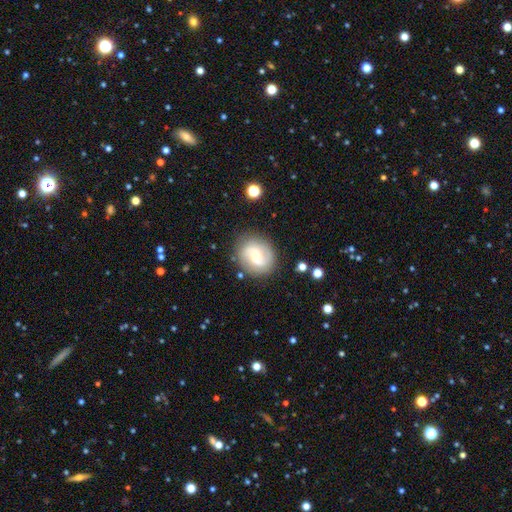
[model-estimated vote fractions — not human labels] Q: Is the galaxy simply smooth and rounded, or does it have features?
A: featured or disk — 73%.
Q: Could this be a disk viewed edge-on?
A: no — 97%.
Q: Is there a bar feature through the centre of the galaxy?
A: weak — 47%.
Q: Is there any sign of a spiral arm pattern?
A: yes — 91%.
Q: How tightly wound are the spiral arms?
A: medium — 44%.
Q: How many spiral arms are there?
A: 2 — 87%.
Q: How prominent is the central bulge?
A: moderate — 49%.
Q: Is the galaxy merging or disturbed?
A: none — 83%.